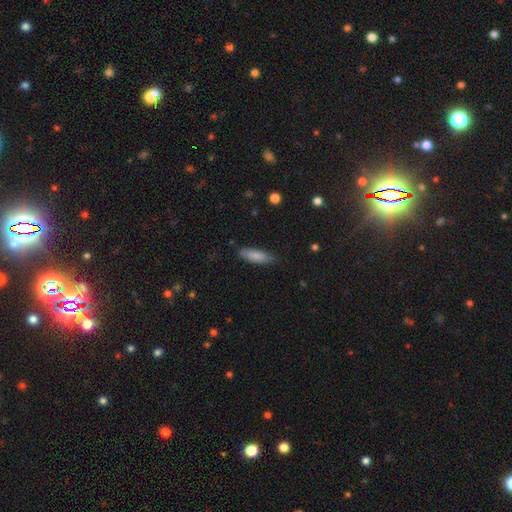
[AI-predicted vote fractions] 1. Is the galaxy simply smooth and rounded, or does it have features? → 82% smooth, 12% featured or disk, 6% star or artifact.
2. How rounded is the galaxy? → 50% cigar-shaped, 48% in between, 2% round.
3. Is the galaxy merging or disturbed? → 81% none, 16% minor disturbance, 3% major disturbance, 1% merger.